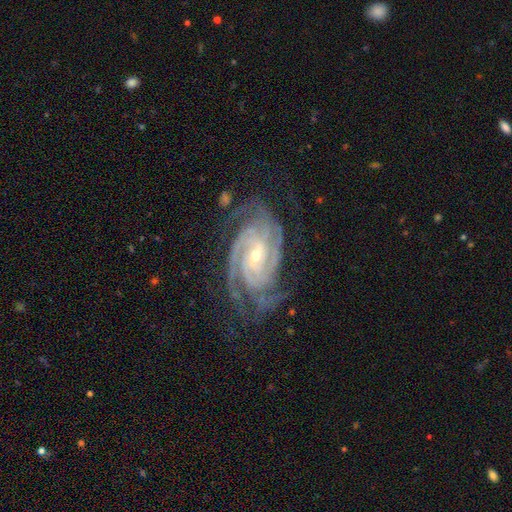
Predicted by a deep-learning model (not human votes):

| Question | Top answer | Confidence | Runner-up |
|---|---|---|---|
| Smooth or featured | featured or disk | 92% | star or artifact (5%) |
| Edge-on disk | no | 97% | yes (3%) |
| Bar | no | 43% | weak (38%) |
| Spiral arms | yes | 99% | no (1%) |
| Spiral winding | tight | 73% | medium (24%) |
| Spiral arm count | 4 | 30% | 3 (28%) |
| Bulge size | small | 65% | moderate (31%) |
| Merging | none | 72% | minor disturbance (19%) |